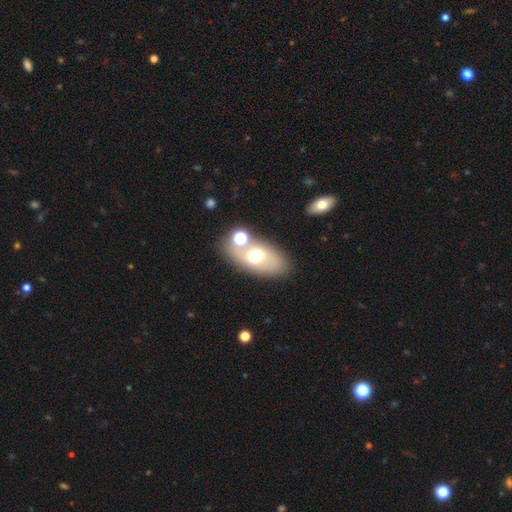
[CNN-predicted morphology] Q: Smooth or featured?
A: smooth (59%); runner-up: featured or disk (30%)
Q: How rounded?
A: in between (86%); runner-up: round (10%)
Q: Merging?
A: none (64%); runner-up: merger (17%)